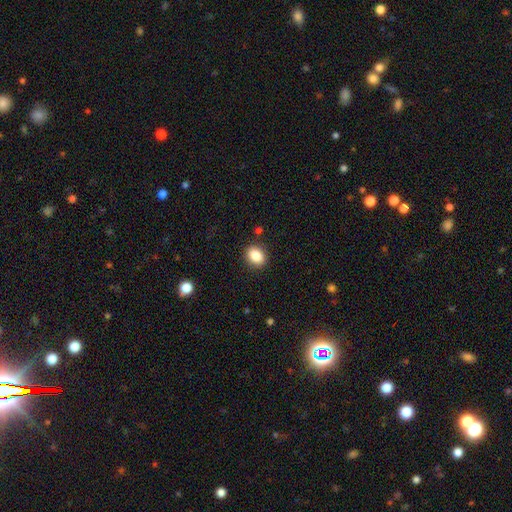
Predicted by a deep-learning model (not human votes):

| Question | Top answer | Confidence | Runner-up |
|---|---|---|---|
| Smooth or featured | smooth | 86% | star or artifact (9%) |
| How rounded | in between | 58% | round (41%) |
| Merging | none | 88% | minor disturbance (8%) |